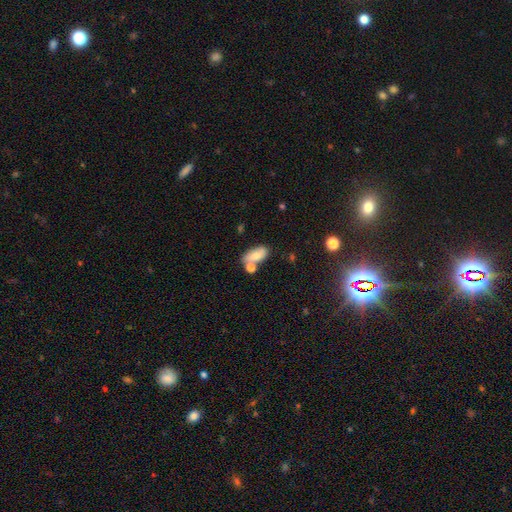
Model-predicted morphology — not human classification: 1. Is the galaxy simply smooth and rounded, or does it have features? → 72% smooth, 19% featured or disk, 9% star or artifact.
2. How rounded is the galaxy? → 87% in between, 7% cigar-shaped, 6% round.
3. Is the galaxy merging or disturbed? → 48% none, 29% merger, 17% minor disturbance, 6% major disturbance.